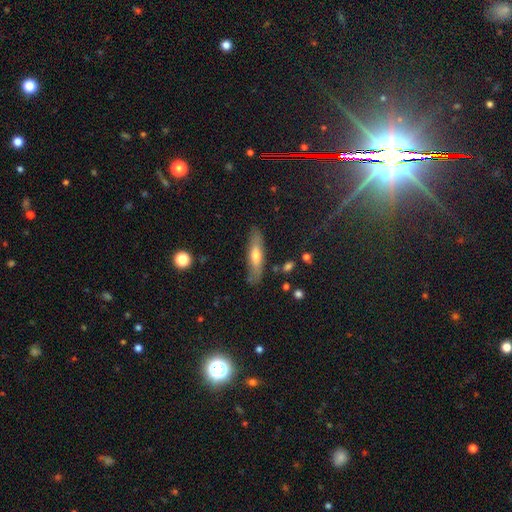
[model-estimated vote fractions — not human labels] Overall: smooth (57%; featured or disk 36%). How rounded: cigar-shaped (62%; in between 36%). Merging: none (79%).